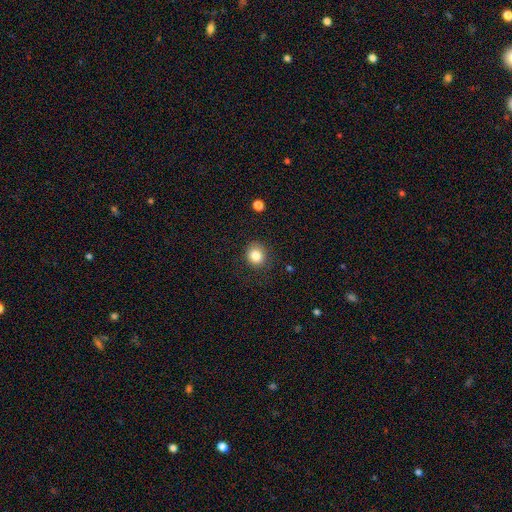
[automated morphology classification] The model was most divided on "how rounded": round: 82%, in between: 17%, cigar-shaped: 1%. More confident: merging — none (84%); smooth or featured — smooth (83%).